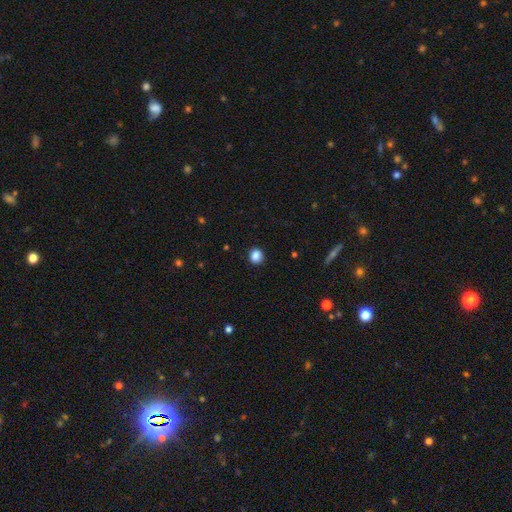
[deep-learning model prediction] Morphology: type=smooth (87%); roundness=round (82%); merging=none (91%).